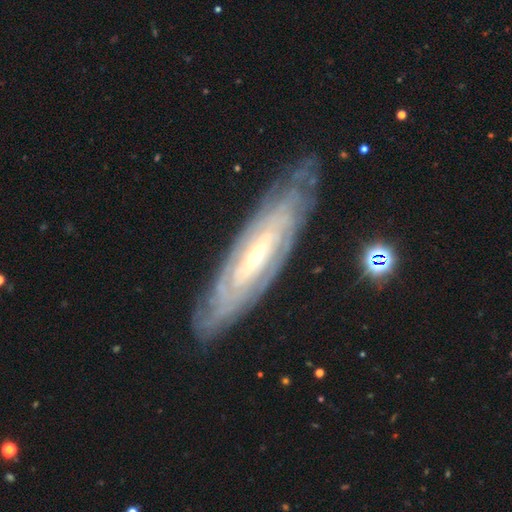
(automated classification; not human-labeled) smooth-or-featured: featured or disk: 84% | smooth: 10% | star or artifact: 6%
  disk-edge-on: no: 76% | yes: 24%
    bar: no: 43% | weak: 35% | strong: 21%
    has-spiral-arms: yes: 92% | no: 8%
      spiral-winding: tight: 81% | medium: 15% | loose: 3%
      spiral-arm-count: can't tell: 58% | 2: 10% | more than 4: 10% | 4: 10% | 3: 8% | 1: 4%
    bulge-size: small: 65% | moderate: 29% | large: 3% | none: 2% | dominant: 1%
  merging: none: 81% | minor disturbance: 14% | major disturbance: 4% | merger: 1%